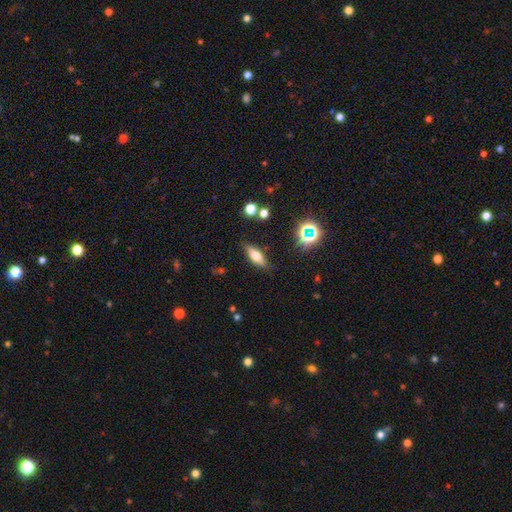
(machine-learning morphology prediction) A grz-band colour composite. It shows a smooth galaxy with no disk features (54%) that is in between round and cigar-shaped (58%). Merging: none (84%).